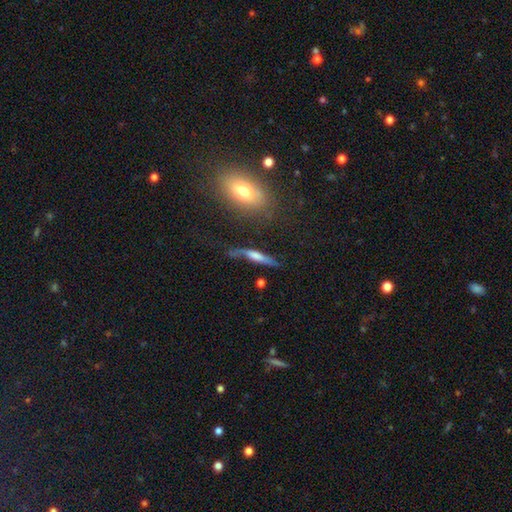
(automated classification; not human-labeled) Overall: featured or disk (47%; smooth 42%). Merging: none (54%; minor disturbance 25%).